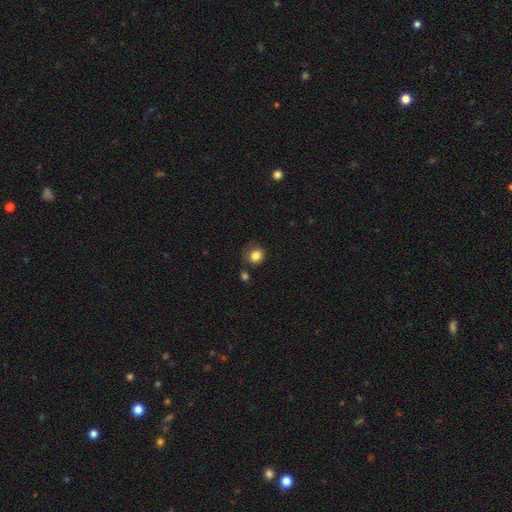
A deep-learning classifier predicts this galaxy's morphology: smooth 84%, star or artifact 11%, featured or disk 5%. Down the decision tree: how rounded — round (83%); merging — none (72%).